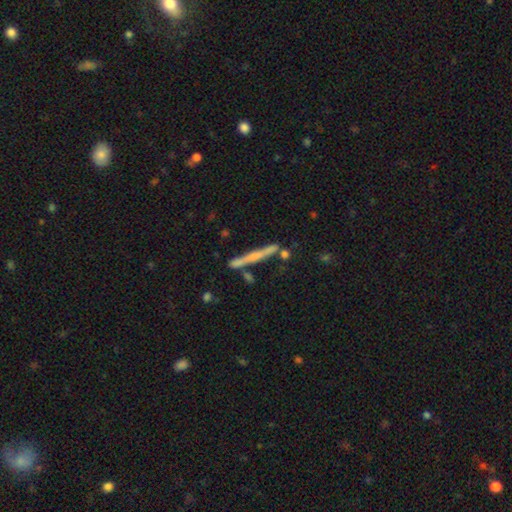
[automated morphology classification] Smooth or featured? featured or disk (52%)
Edge-on disk? yes (96%)
Edge-on bulge? rounded (48%)
Merging? none (79%)